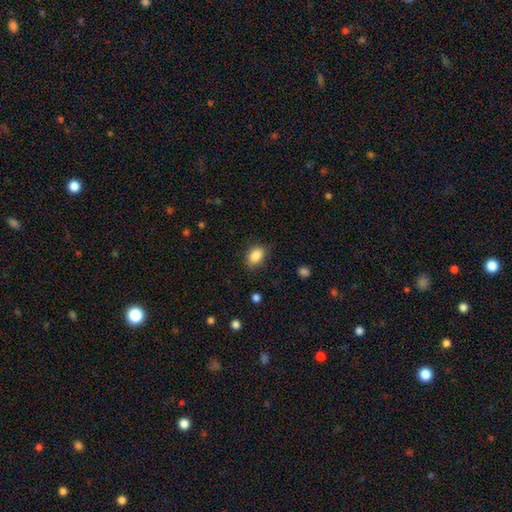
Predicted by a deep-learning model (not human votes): The model was most divided on "merging": none: 80%, minor disturbance: 16%, major disturbance: 4%, merger: 1%. More confident: smooth or featured — smooth (87%); how rounded — in between (84%).